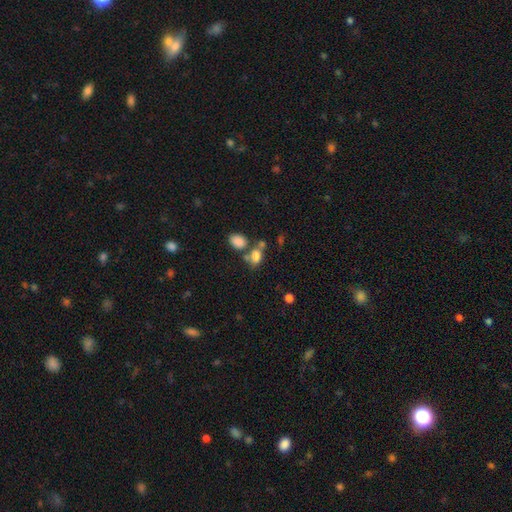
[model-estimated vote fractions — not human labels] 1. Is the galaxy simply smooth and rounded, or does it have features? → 79% smooth, 11% star or artifact, 10% featured or disk.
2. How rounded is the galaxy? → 79% in between, 19% round, 2% cigar-shaped.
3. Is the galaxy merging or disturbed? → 41% none, 39% merger, 13% minor disturbance, 7% major disturbance.